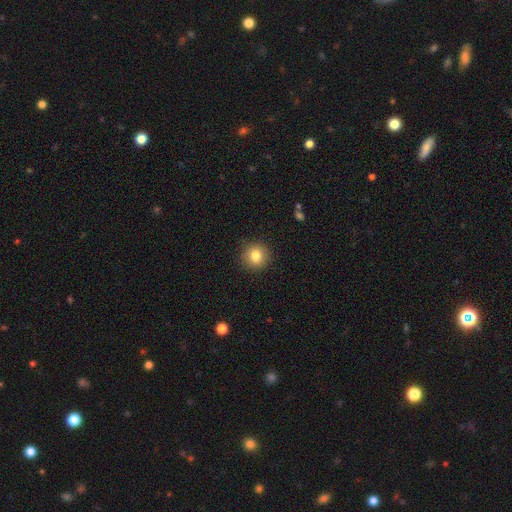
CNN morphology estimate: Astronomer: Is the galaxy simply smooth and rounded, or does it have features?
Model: smooth — 82%.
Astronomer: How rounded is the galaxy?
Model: round — 92%.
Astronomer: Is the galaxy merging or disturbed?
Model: none — 90%.